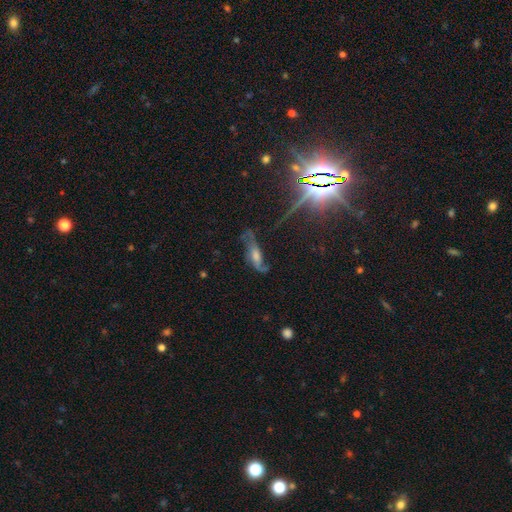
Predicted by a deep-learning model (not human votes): Q: Smooth or featured?
A: featured or disk (60%); runner-up: smooth (21%)
Q: Edge-on disk?
A: no (71%); runner-up: yes (29%)
Q: Merging?
A: none (53%); runner-up: minor disturbance (25%)